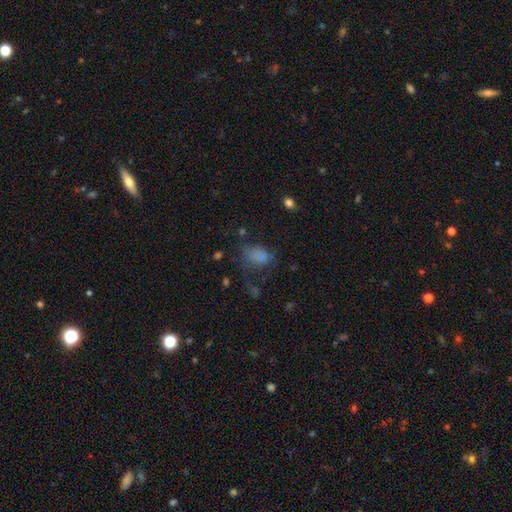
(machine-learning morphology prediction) The model was most divided on "merging": major disturbance: 36%, none: 35%, minor disturbance: 24%, merger: 5%. More confident: how rounded — in between (79%); smooth or featured — smooth (69%).